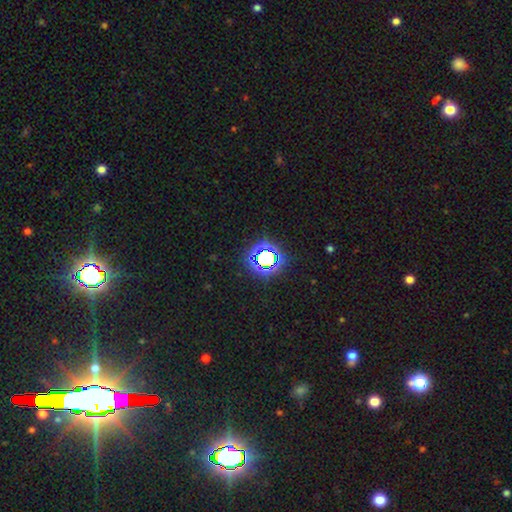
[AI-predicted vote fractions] Morphology: type=star or artifact (75%).